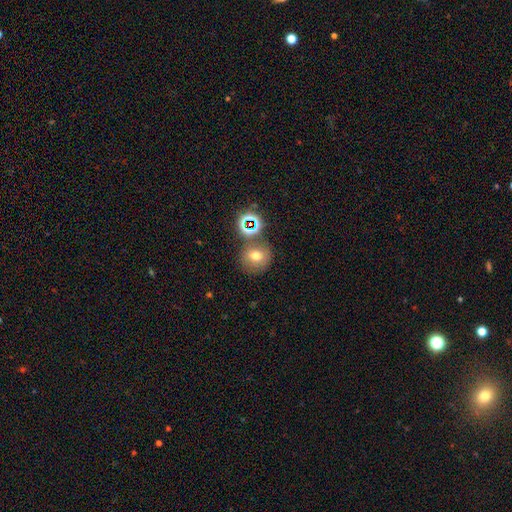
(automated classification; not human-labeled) Smooth or featured? smooth (65%)
How rounded? round (80%)
Merging? none (70%)